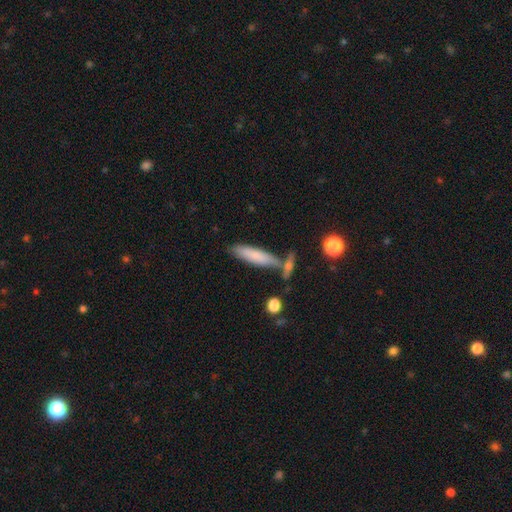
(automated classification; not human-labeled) A smooth galaxy with no disk features (76%) that is cigar-shaped (71%). Merging: none (64%).